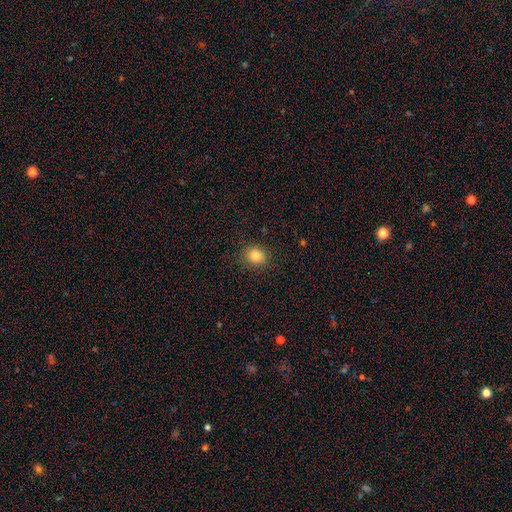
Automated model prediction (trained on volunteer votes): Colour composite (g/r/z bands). It shows a smooth galaxy with no disk features (82%) that is round (62%). Merging: none (88%).